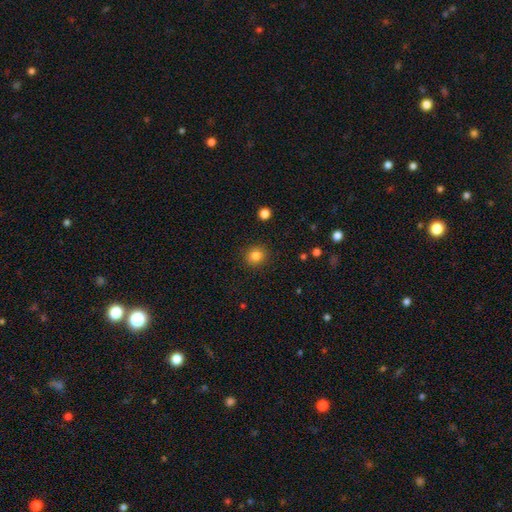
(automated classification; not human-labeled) A smooth galaxy with no disk features (83%) that is round (86%). Merging: none (90%).